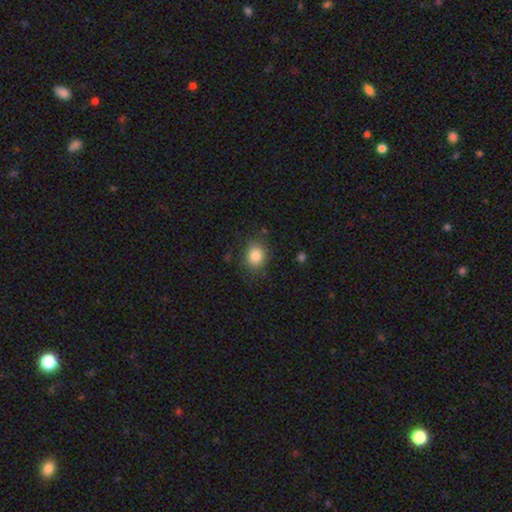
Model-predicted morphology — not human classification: This is clearly a smooth galaxy (83%). How rounded: possibly round (57%). Merging: clearly none (81%).